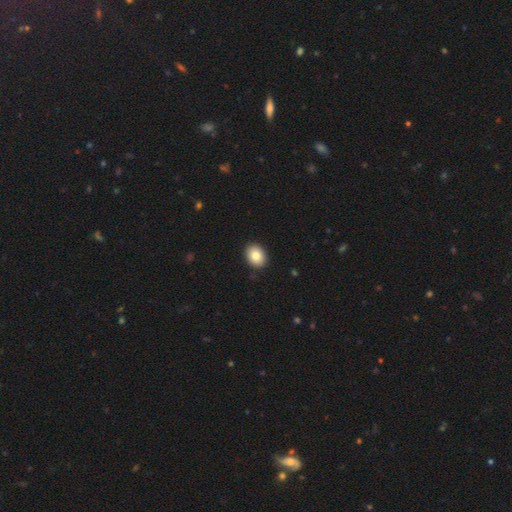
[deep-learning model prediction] Smooth or featured?
  - smooth: 83% *
  - featured or disk: 9%
  - star or artifact: 8%
How rounded?
  - in between: 57% *
  - round: 42%
  - cigar-shaped: 1%
Merging?
  - none: 91% *
  - minor disturbance: 7%
  - major disturbance: 2%
  - merger: 1%